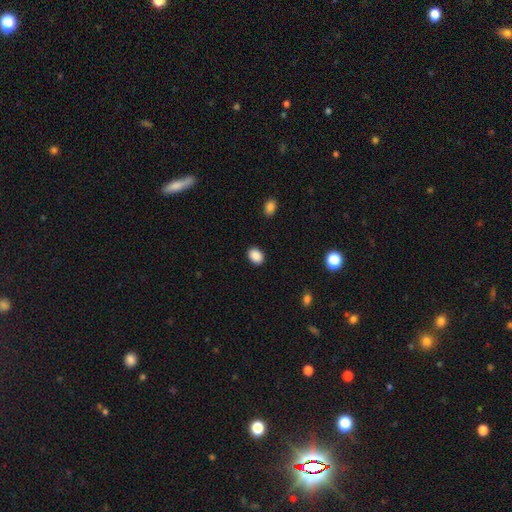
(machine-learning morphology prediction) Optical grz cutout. It shows a smooth galaxy with no disk features (89%) that is in between round and cigar-shaped (68%). Merging: none (89%).